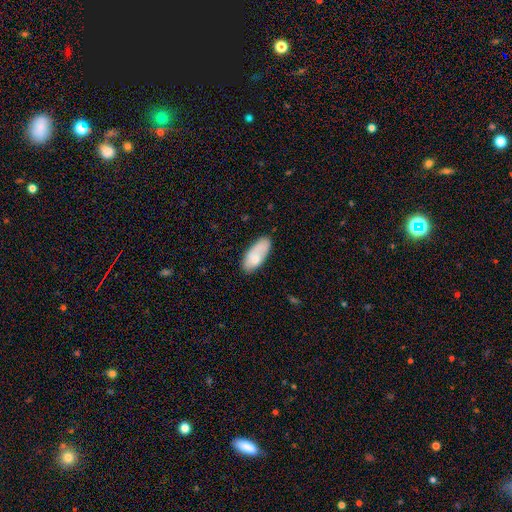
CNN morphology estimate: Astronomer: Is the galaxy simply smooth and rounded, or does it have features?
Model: smooth — 75%.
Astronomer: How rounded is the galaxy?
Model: in between — 85%.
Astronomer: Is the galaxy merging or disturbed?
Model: none — 65%.